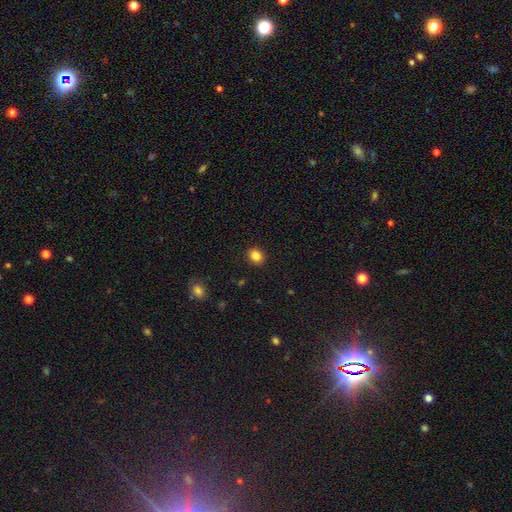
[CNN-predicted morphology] This appears to be a smooth galaxy with no disk features (85%) that is round (61%). Merging: none (91%).